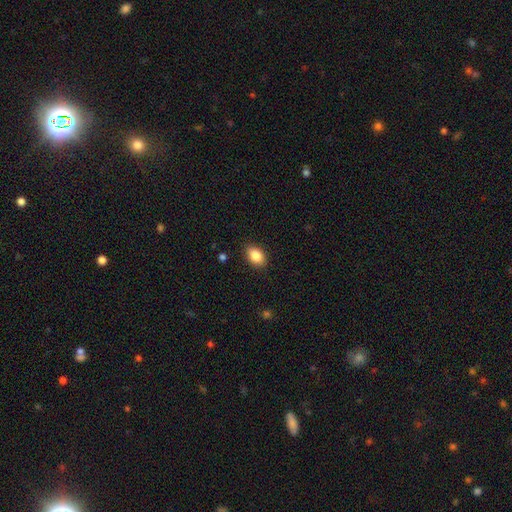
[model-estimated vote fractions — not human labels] Overall: smooth (86%). How rounded: in between (83%). Merging: none (88%).